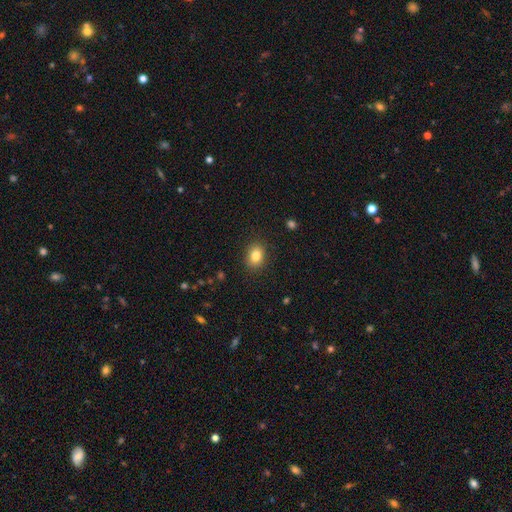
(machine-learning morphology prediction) Smooth or featured? Predicted: smooth (p=0.83). How rounded? Predicted: in between (p=0.63). Merging? Predicted: none (p=0.87).